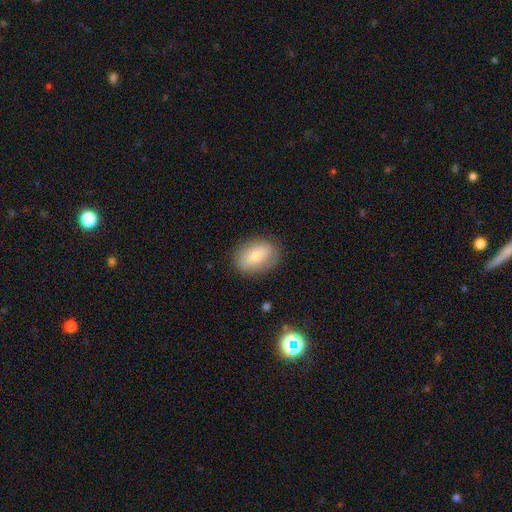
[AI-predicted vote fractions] smooth_or_featured: smooth (p=0.69) [alt: featured or disk p=0.24]
how_rounded: in between (p=0.75) [alt: round p=0.24]
merging: none (p=0.82) [alt: minor disturbance p=0.13]